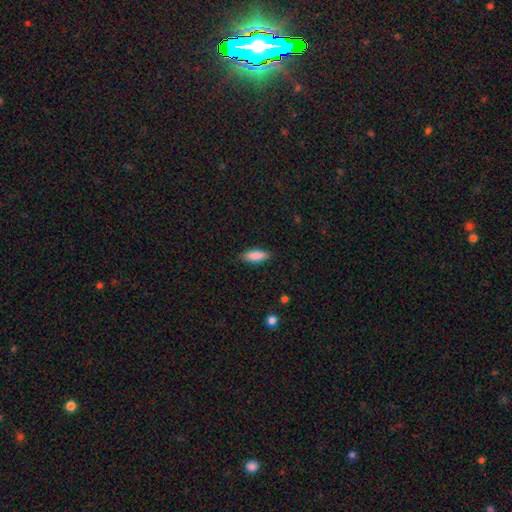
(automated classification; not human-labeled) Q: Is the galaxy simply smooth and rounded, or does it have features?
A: smooth — 88%.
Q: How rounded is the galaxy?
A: in between — 71%.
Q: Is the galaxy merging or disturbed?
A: none — 87%.